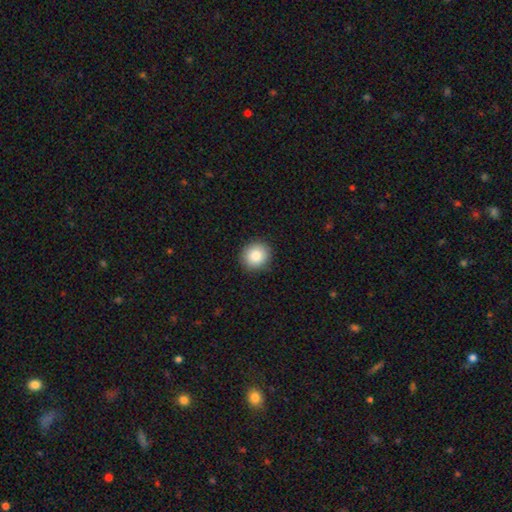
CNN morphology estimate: type=smooth (86%); roundness=round (88%); merging=none (91%).